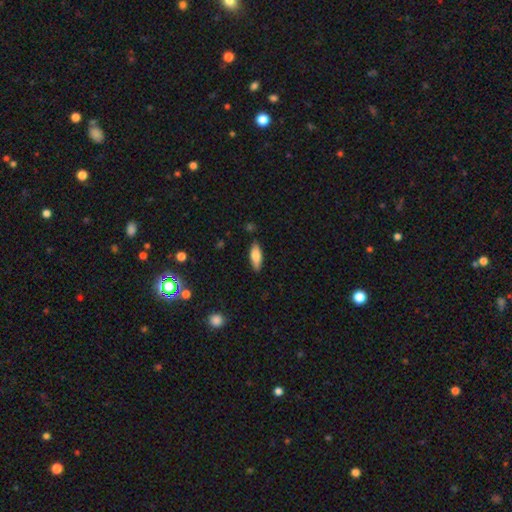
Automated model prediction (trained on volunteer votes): Overall: smooth (78%). How rounded: in between (71%). Merging: none (83%).